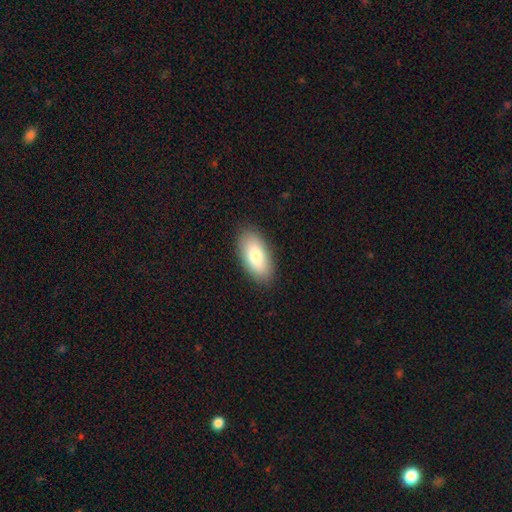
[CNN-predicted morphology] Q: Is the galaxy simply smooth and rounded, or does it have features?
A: smooth — 80%.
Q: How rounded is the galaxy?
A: in between — 92%.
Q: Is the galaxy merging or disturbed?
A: none — 89%.